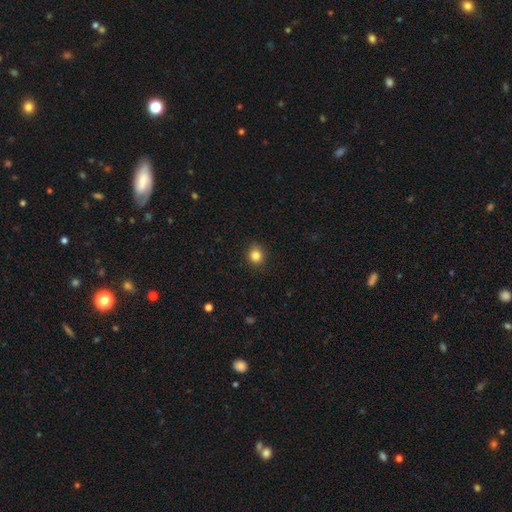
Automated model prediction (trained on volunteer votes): smooth_or_featured: smooth (p=0.84) [alt: star or artifact p=0.11]
how_rounded: round (p=0.83) [alt: in between p=0.16]
merging: none (p=0.89) [alt: minor disturbance p=0.08]